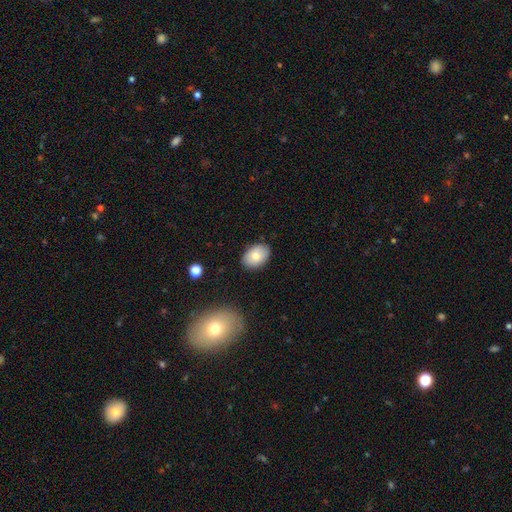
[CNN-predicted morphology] Q: Smooth or featured?
A: smooth (77%); runner-up: featured or disk (15%)
Q: How rounded?
A: in between (84%); runner-up: round (15%)
Q: Merging?
A: none (86%); runner-up: minor disturbance (11%)